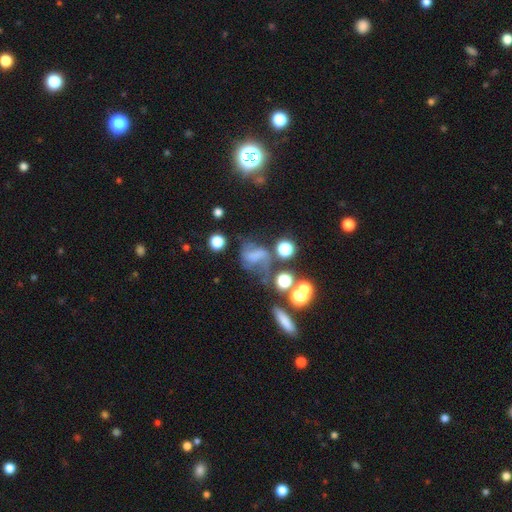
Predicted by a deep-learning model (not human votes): featured or disk 41%, smooth 38%, star or artifact 21%. Down the decision tree: merging — major disturbance (34%).